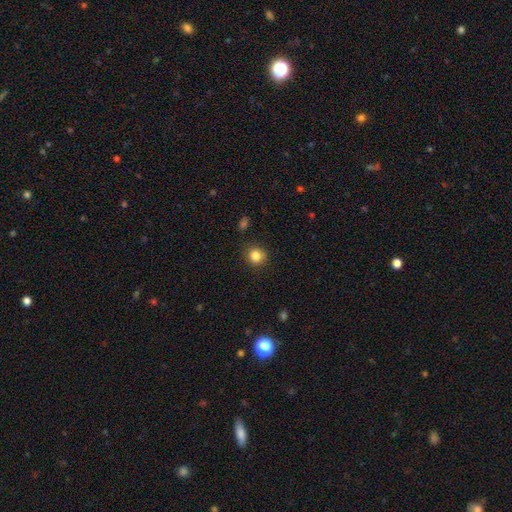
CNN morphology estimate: A smooth galaxy with no disk features (84%) that is round (87%). Merging: none (87%).